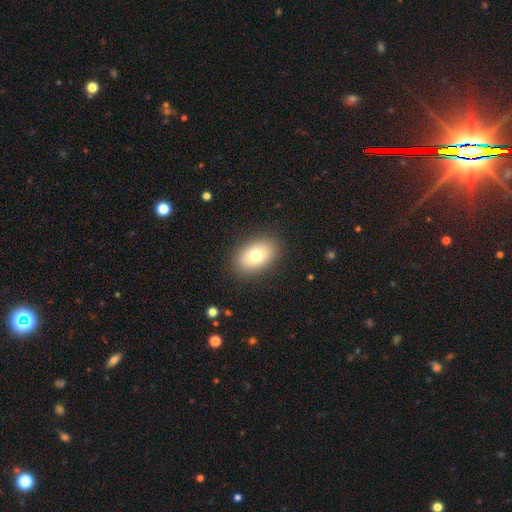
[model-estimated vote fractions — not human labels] Overall: smooth (77%). How rounded: in between (84%). Merging: none (88%).